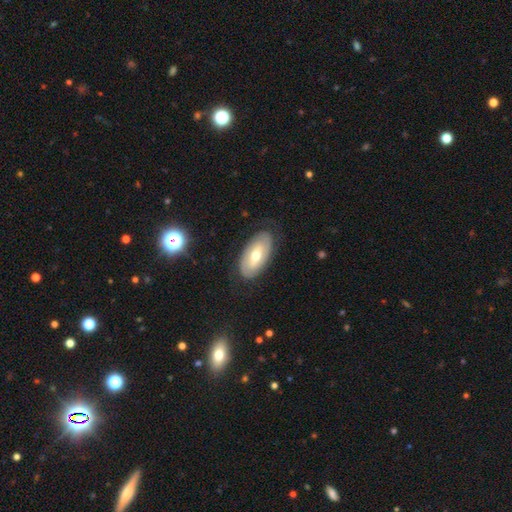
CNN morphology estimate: type=featured or disk (48%); merging=none (81%).